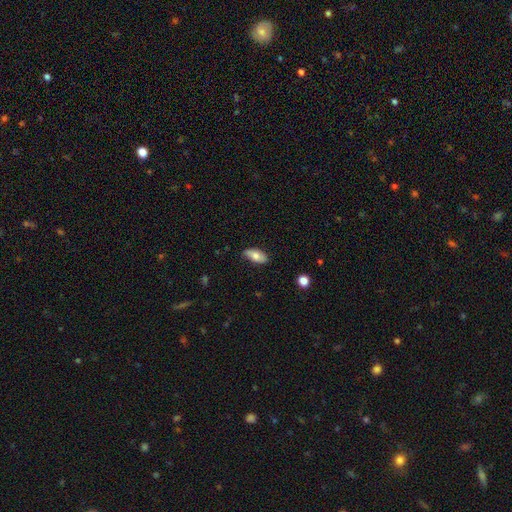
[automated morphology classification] Q: Smooth or featured?
A: smooth (70%); runner-up: featured or disk (23%)
Q: How rounded?
A: in between (89%); runner-up: cigar-shaped (8%)
Q: Merging?
A: none (76%); runner-up: minor disturbance (20%)